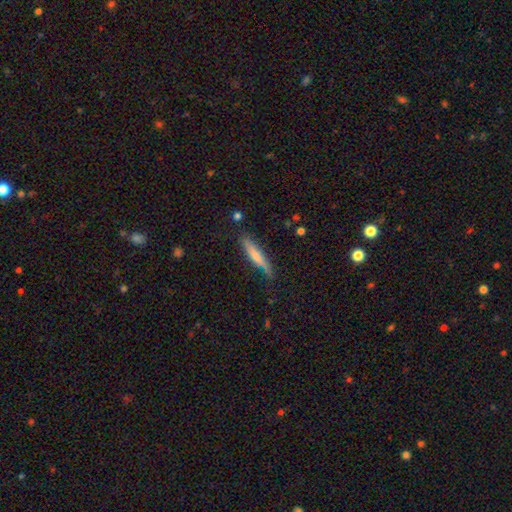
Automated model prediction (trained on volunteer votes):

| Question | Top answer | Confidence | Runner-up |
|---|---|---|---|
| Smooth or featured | smooth | 56% | featured or disk (38%) |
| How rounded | cigar-shaped | 91% | in between (7%) |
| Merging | none | 77% | minor disturbance (17%) |